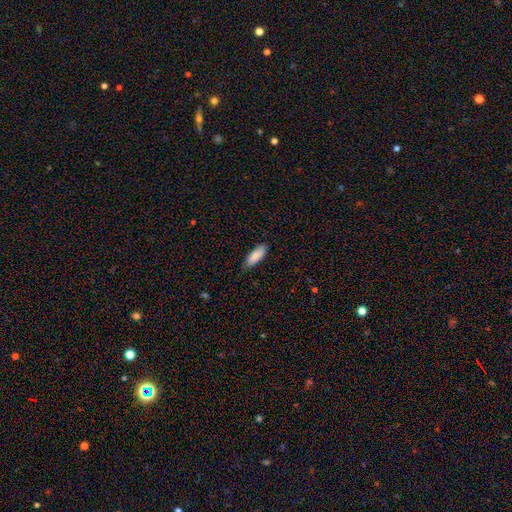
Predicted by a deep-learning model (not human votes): Q: Smooth or featured?
A: smooth (88%); runner-up: featured or disk (6%)
Q: How rounded?
A: in between (68%); runner-up: cigar-shaped (31%)
Q: Merging?
A: none (80%); runner-up: minor disturbance (17%)